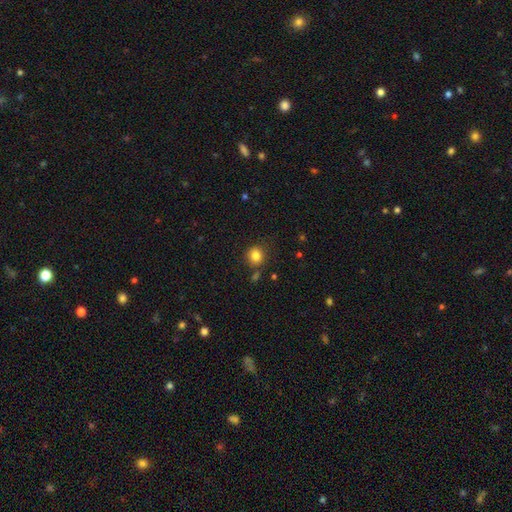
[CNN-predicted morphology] Overall: smooth (83%). How rounded: round (85%). Merging: none (81%).